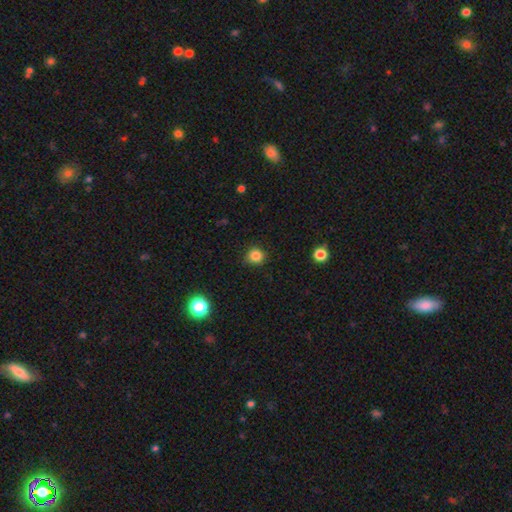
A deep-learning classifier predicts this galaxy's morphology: Smooth or featured? Predicted: smooth (p=0.84). How rounded? Predicted: round (p=0.92). Merging? Predicted: none (p=0.87).